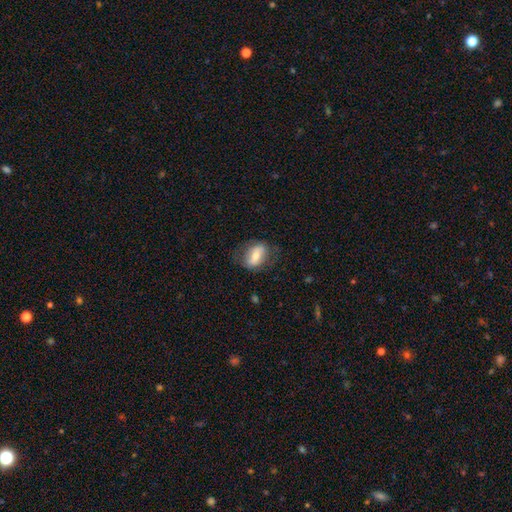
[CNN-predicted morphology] A smooth galaxy with no disk features (56%) that is in between round and cigar-shaped (81%). Merging: none (69%).